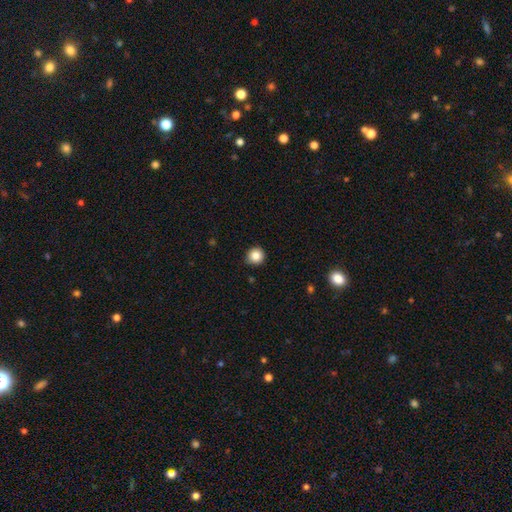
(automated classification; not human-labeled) smooth_or_featured: smooth (p=0.86) [alt: star or artifact p=0.10]
how_rounded: round (p=0.94) [alt: in between p=0.06]
merging: none (p=0.90) [alt: minor disturbance p=0.08]